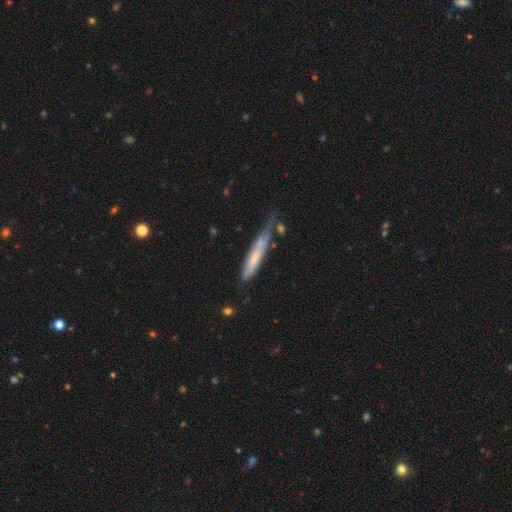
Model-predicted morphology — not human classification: smooth-or-featured: smooth: 54% | featured or disk: 38% | star or artifact: 7%
  how-rounded: cigar-shaped: 91% | in between: 7% | round: 1%
  merging: none: 48% | minor disturbance: 31% | major disturbance: 12% | merger: 9%